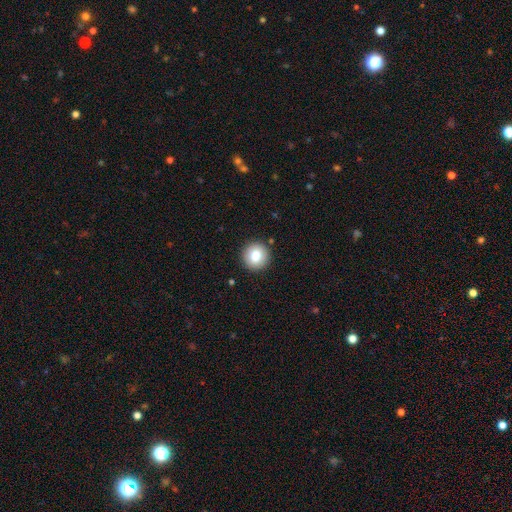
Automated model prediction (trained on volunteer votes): Smooth or featured?
  - smooth: 79% *
  - featured or disk: 11%
  - star or artifact: 10%
How rounded?
  - round: 96% *
  - in between: 3%
  - cigar-shaped: 1%
Merging?
  - none: 92% *
  - minor disturbance: 5%
  - major disturbance: 2%
  - merger: 1%